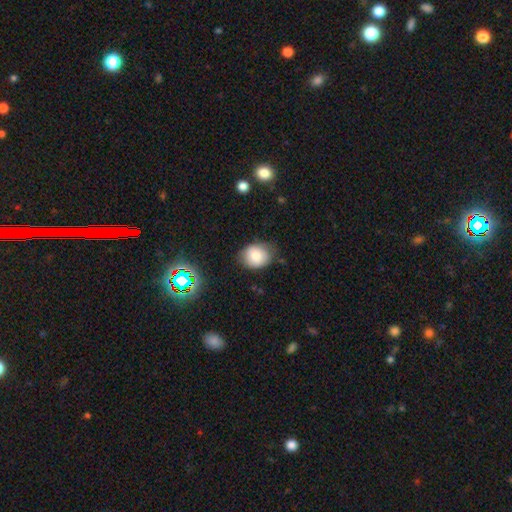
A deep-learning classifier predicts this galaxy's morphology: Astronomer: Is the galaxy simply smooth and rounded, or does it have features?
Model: smooth — 77%.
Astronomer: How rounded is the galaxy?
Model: round — 54% (runner-up: in between, 45%).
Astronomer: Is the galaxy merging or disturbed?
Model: none — 72%.